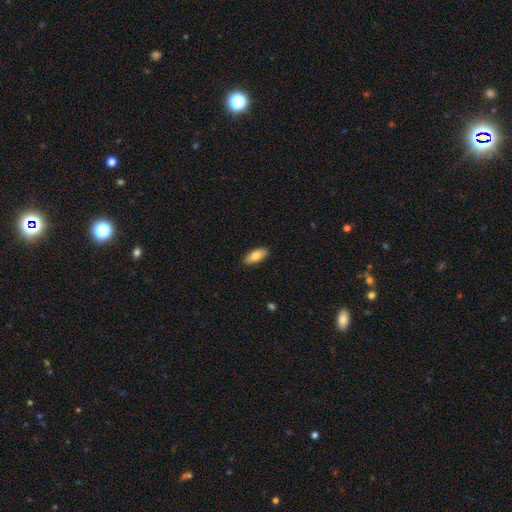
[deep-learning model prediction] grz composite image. It shows a smooth galaxy with no disk features (77%) that is in between round and cigar-shaped (86%). Merging: none (88%).